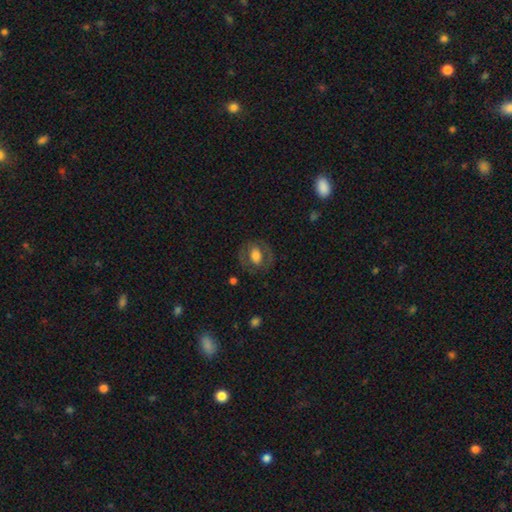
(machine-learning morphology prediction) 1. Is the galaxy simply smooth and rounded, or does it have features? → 51% smooth, 42% featured or disk, 7% star or artifact.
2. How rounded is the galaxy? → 60% in between, 38% round, 2% cigar-shaped.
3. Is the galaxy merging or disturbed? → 75% none, 14% minor disturbance, 10% major disturbance, 1% merger.